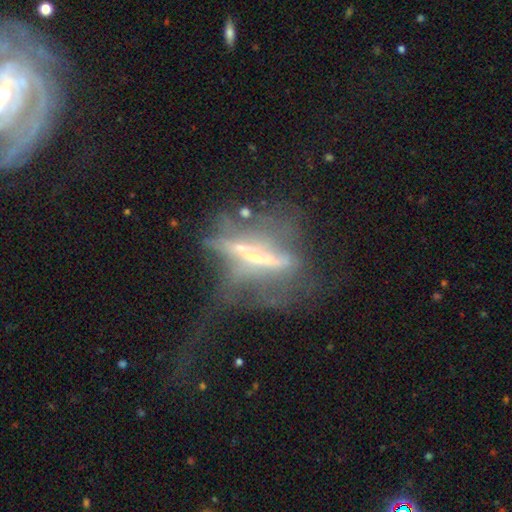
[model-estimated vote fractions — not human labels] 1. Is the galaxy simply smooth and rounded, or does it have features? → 69% featured or disk, 17% smooth, 13% star or artifact.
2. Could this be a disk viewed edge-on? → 56% yes, 44% no.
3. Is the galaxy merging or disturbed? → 44% major disturbance, 28% none, 17% minor disturbance, 10% merger.